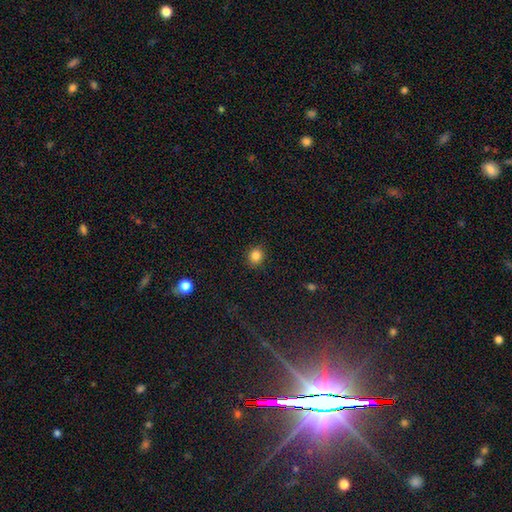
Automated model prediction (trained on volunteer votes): Smooth or featured? Predicted: smooth (p=0.85). How rounded? Predicted: round (p=0.77). Merging? Predicted: none (p=0.89).